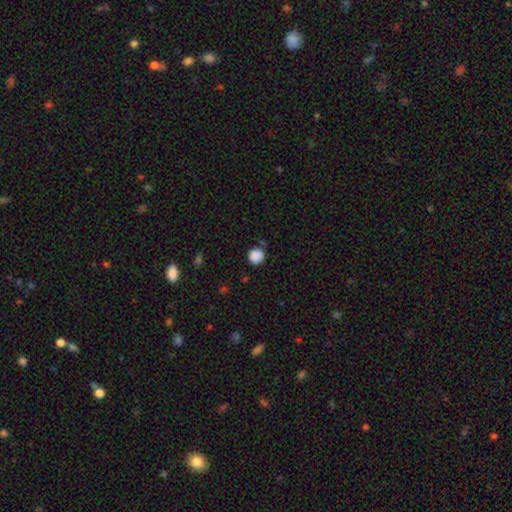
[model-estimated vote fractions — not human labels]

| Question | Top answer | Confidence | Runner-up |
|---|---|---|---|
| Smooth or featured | smooth | 87% | star or artifact (10%) |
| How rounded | round | 91% | in between (8%) |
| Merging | none | 80% | minor disturbance (13%) |